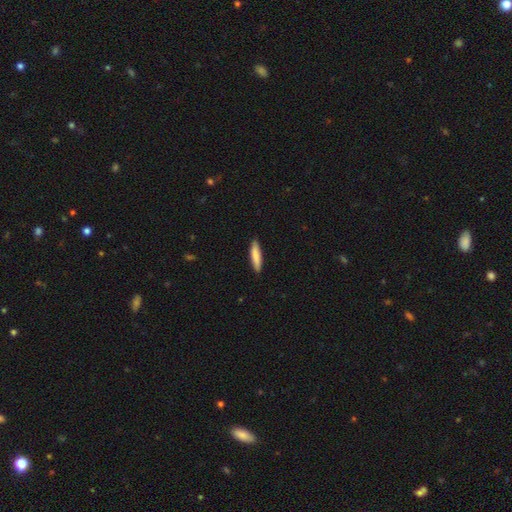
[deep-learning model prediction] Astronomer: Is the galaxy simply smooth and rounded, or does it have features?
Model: smooth — 83%.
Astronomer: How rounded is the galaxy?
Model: cigar-shaped — 84%.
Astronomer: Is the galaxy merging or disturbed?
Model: none — 89%.